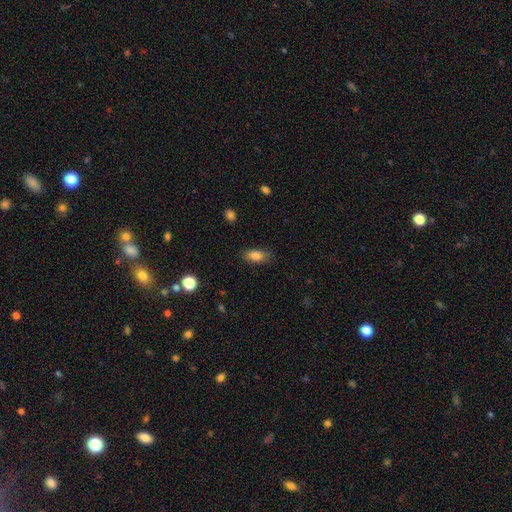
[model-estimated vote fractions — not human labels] Q: Smooth or featured?
A: smooth (83%); runner-up: featured or disk (9%)
Q: How rounded?
A: in between (85%); runner-up: cigar-shaped (10%)
Q: Merging?
A: none (82%); runner-up: minor disturbance (14%)